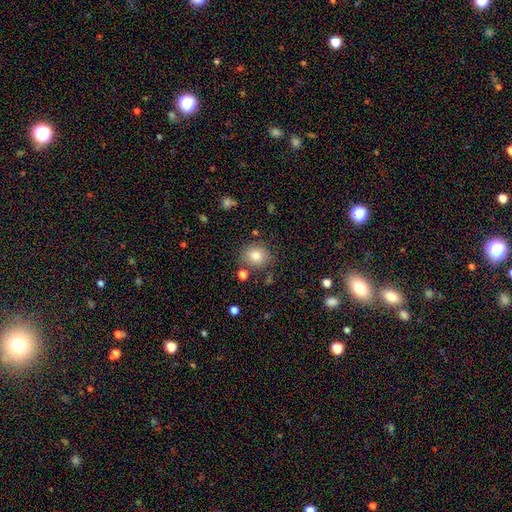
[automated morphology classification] This appears to be a smooth galaxy with no disk features (81%) that is round (72%). Merging: none (77%).